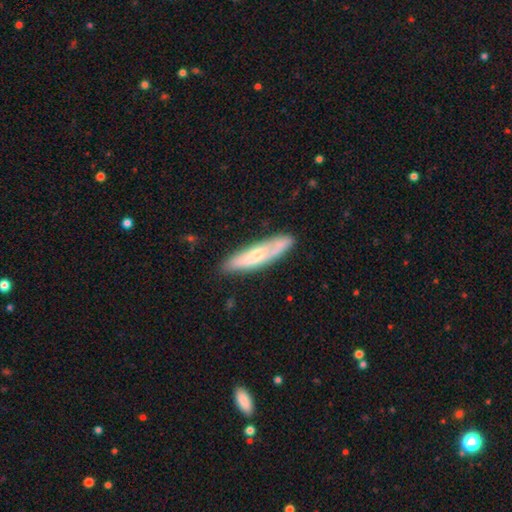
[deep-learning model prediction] Overall: featured or disk (48%; smooth 46%). Merging: none (76%).